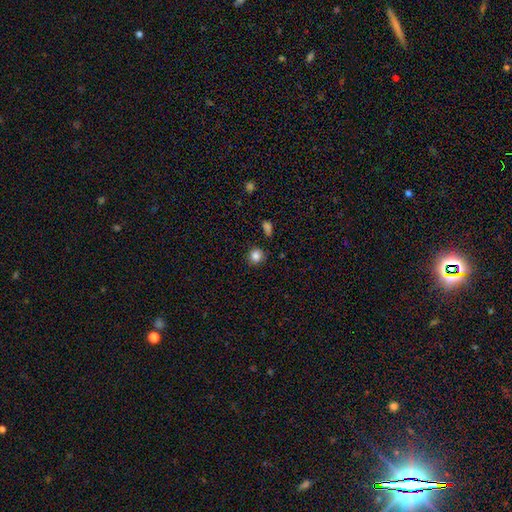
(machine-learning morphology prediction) Overall: smooth (85%). How rounded: round (88%). Merging: none (85%).